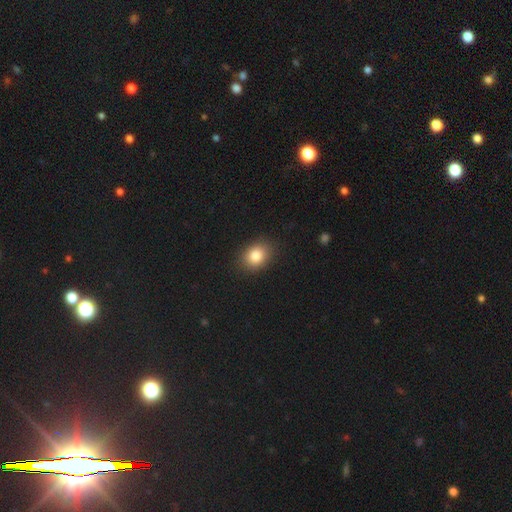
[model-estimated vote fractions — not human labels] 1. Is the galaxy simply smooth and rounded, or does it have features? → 84% smooth, 9% star or artifact, 7% featured or disk.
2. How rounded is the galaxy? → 59% in between, 40% round, 1% cigar-shaped.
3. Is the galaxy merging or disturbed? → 87% none, 9% minor disturbance, 2% major disturbance, 1% merger.